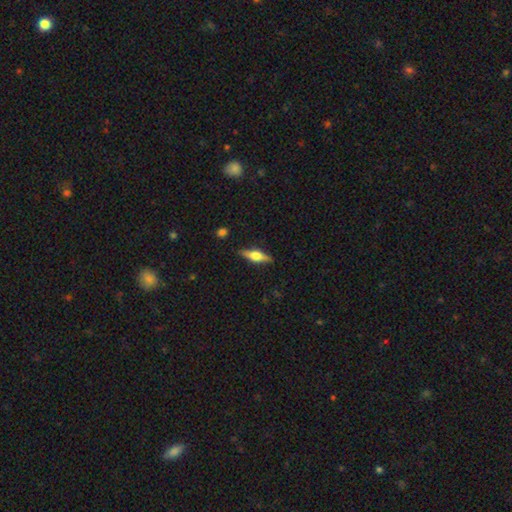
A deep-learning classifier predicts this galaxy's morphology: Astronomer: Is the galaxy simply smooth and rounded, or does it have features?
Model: featured or disk — 60%.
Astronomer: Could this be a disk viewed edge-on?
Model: yes — 95%.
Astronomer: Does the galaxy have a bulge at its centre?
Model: rounded — 92%.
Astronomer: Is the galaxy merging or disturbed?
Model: none — 88%.